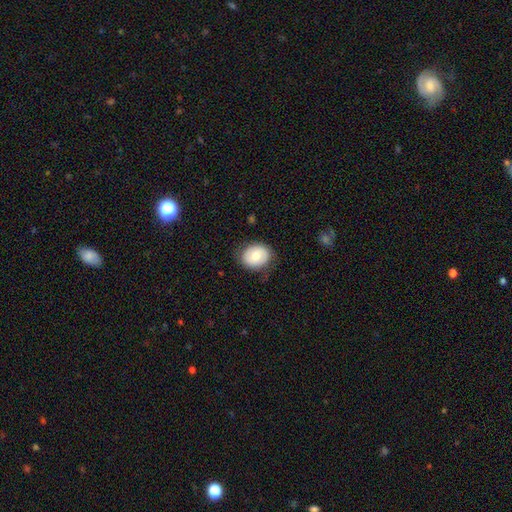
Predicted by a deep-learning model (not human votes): This is likely a smooth galaxy (69%). How rounded: possibly round (57%). Merging: likely none (77%).